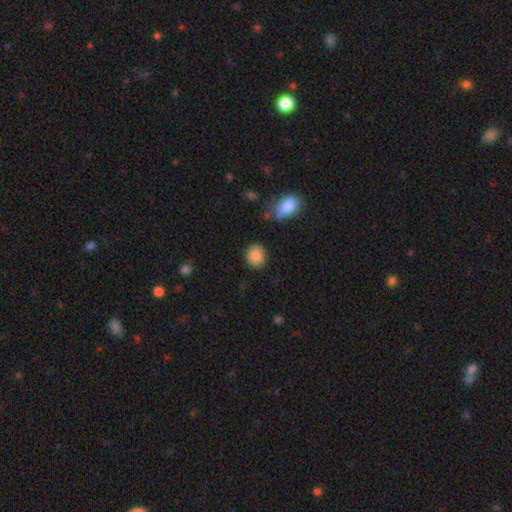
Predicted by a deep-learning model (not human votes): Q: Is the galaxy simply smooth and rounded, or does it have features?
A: smooth — 86%.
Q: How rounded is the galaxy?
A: round — 77%.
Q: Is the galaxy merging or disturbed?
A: none — 87%.